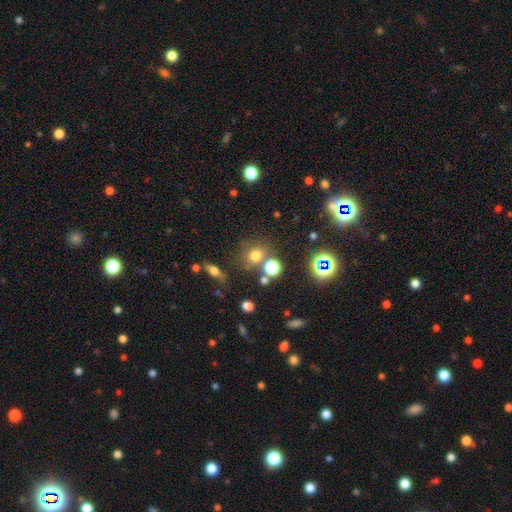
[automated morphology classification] Overall: smooth (67%). How rounded: round (78%). Merging: none (69%).